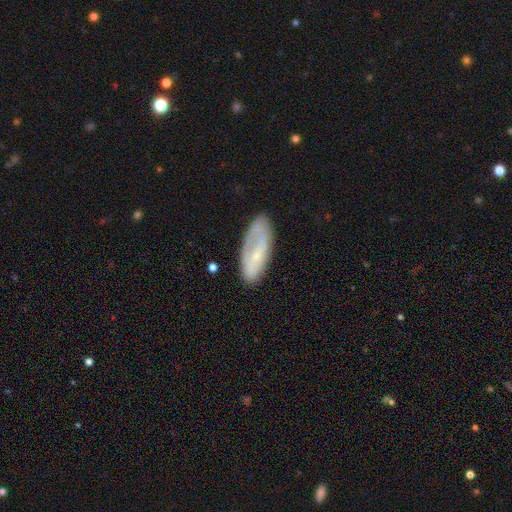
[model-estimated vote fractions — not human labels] A featured or disk galaxy (47%).

Vote fractions:
- Smooth or featured? featured or disk: 47% / smooth: 46% / star or artifact: 7%
- Merging? none: 65% / minor disturbance: 23% / major disturbance: 9% / merger: 2%